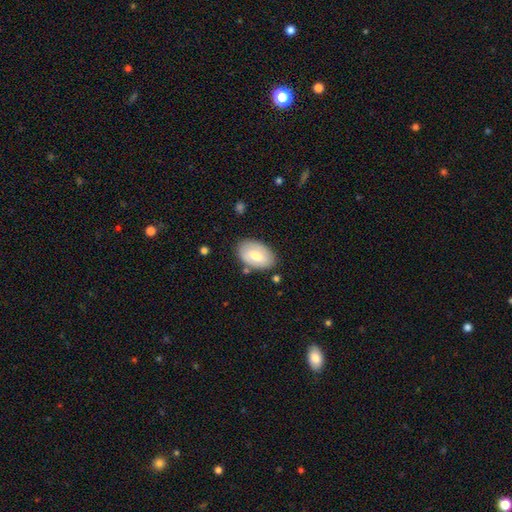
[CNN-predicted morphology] Smooth or featured? Predicted: smooth (p=0.62). How rounded? Predicted: in between (p=0.91). Merging? Predicted: none (p=0.78).